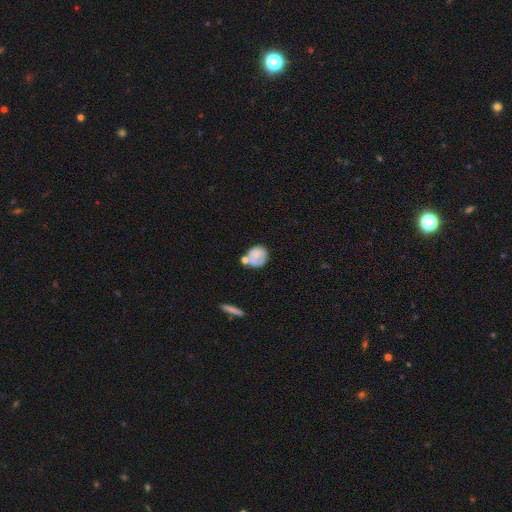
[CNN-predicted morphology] Smooth or featured: smooth — 65% (featured or disk — 26%)
How rounded: round — 71% (in between — 27%)
Merging: none — 44% (merger — 24%)